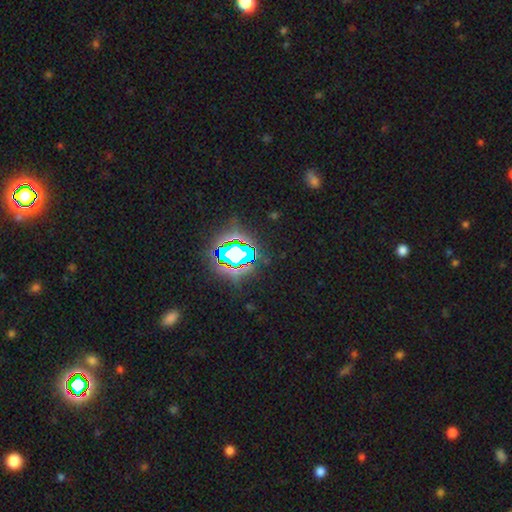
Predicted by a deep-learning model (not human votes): smooth-or-featured: star or artifact: 81% | smooth: 11% | featured or disk: 8%